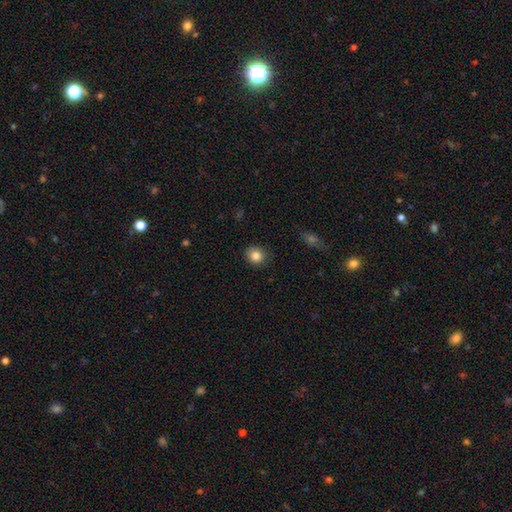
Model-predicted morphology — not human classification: Smooth or featured?
  - smooth: 85% *
  - star or artifact: 10%
  - featured or disk: 5%
How rounded?
  - round: 73% *
  - in between: 26%
  - cigar-shaped: 1%
Merging?
  - none: 86% *
  - minor disturbance: 10%
  - major disturbance: 2%
  - merger: 1%